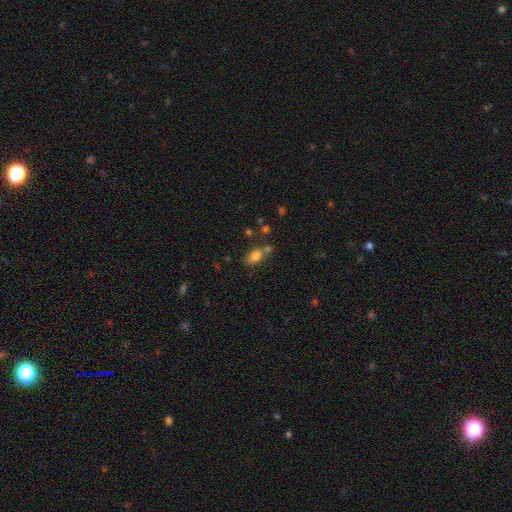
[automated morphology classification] smooth 80%, star or artifact 12%, featured or disk 9%. Down the decision tree: how rounded — in between (81%); merging — none (52%).